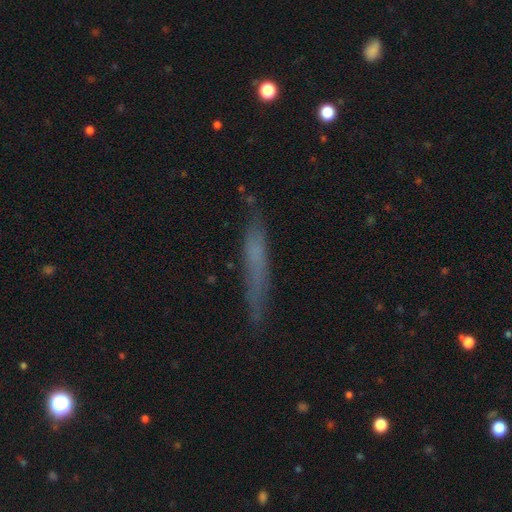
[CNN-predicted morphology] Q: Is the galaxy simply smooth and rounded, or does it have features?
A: smooth — 51%.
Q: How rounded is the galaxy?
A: cigar-shaped — 92%.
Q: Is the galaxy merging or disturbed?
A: none — 72%.